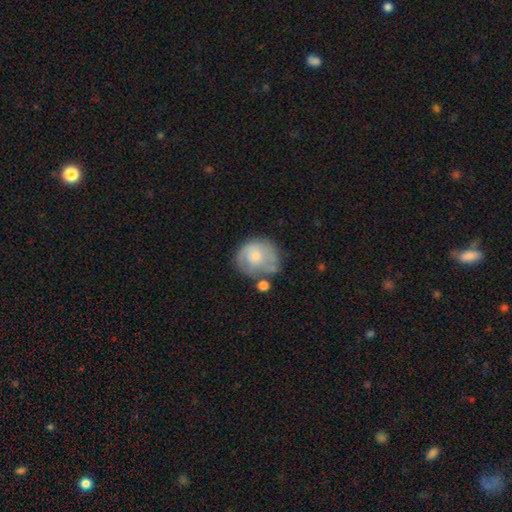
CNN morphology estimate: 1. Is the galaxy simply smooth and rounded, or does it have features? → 52% smooth, 42% featured or disk, 7% star or artifact.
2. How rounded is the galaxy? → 79% round, 21% in between, 1% cigar-shaped.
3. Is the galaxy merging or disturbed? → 46% none, 27% minor disturbance, 14% major disturbance, 13% merger.